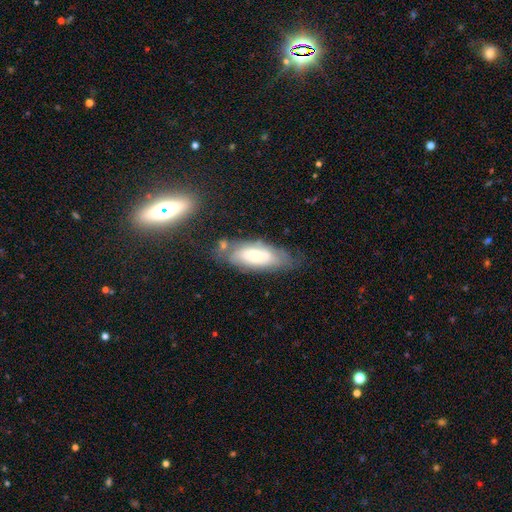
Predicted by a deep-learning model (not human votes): Smooth or featured? smooth (53%)
How rounded? in between (78%)
Merging? none (60%)